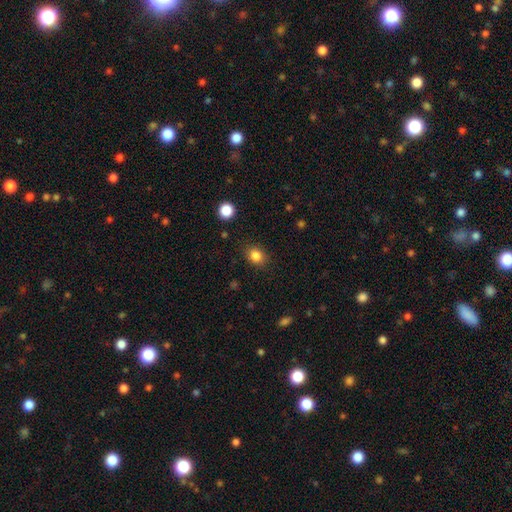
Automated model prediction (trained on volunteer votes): Smooth or featured? smooth (84%)
How rounded? round (57%)
Merging? none (86%)